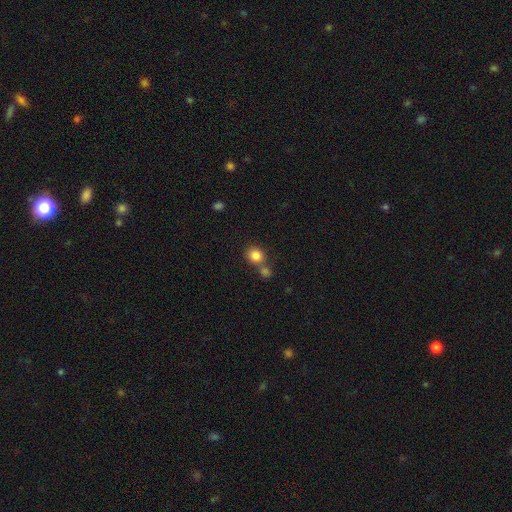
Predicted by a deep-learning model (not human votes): Morphology: type=smooth (84%); roundness=round (78%); merging=none (57%).